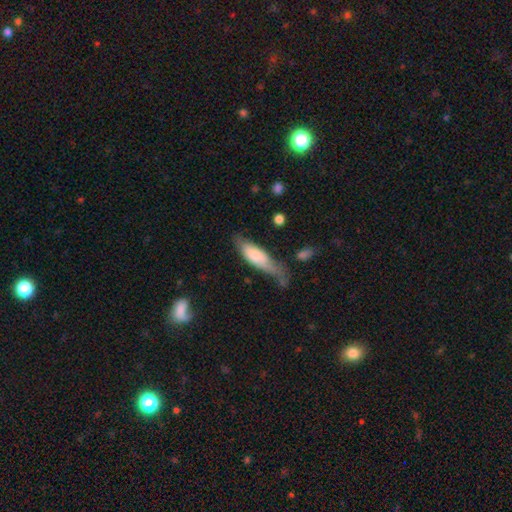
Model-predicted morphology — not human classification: This is likely a smooth galaxy (69%). How rounded: possibly in between (50%). Merging: marginally none (35%, tied with minor disturbance).